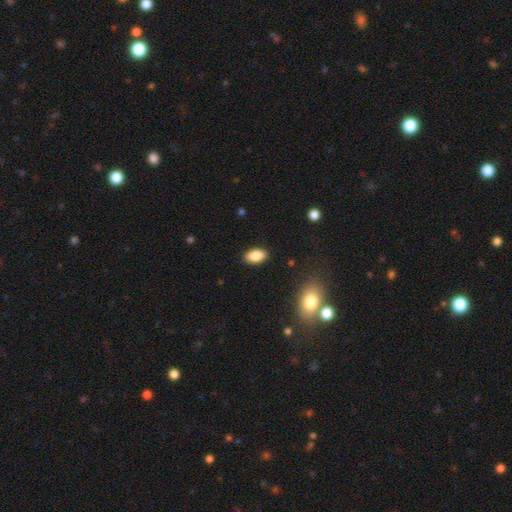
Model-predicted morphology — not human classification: type=smooth (87%); roundness=in between (92%); merging=none (89%).